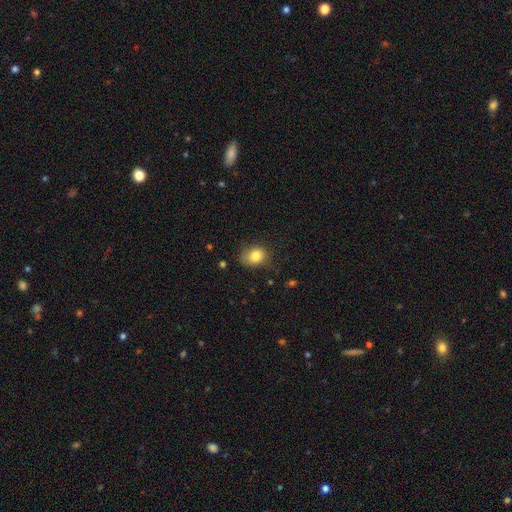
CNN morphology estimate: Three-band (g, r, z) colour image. It shows a smooth galaxy with no disk features (82%) that is in between round and cigar-shaped (51%). Merging: none (64%).